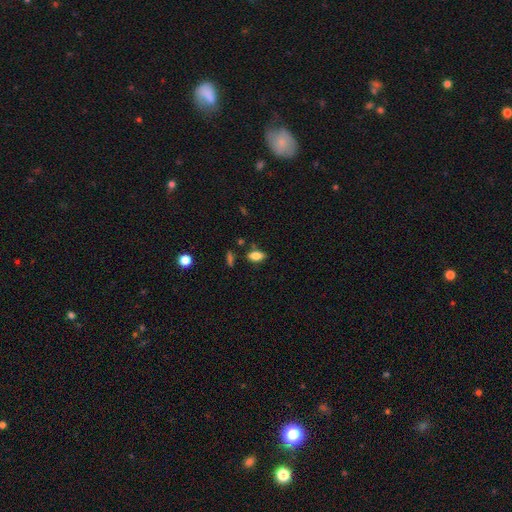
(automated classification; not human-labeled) Overall: smooth (80%). How rounded: in between (87%). Merging: none (78%).